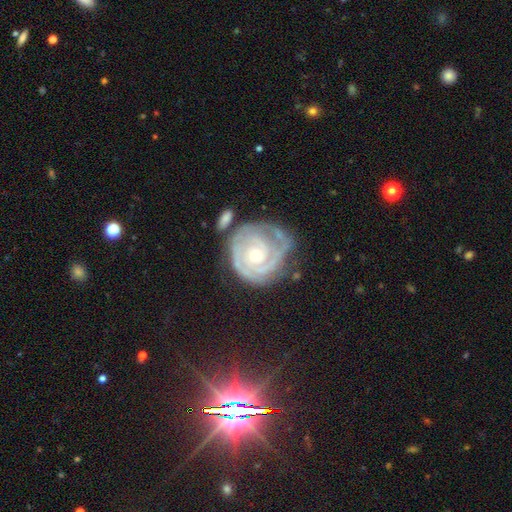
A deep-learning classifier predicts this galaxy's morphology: Smooth or featured? featured or disk (87%)
Edge-on disk? no (98%)
Bar? no (79%)
Spiral arms? yes (95%)
Spiral winding? tight (80%)
Spiral arm count? 2 (33%)
Bulge size? small (58%)
Merging? none (59%)